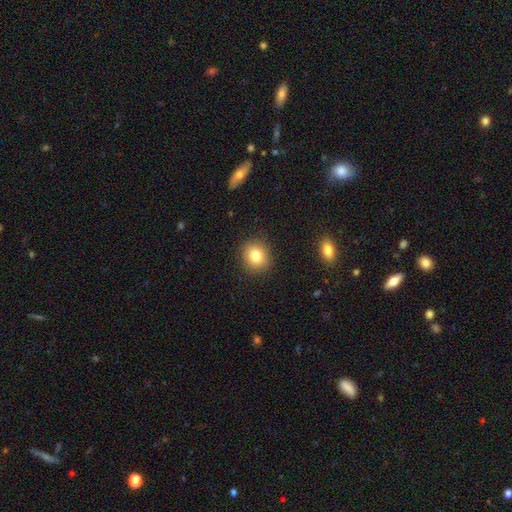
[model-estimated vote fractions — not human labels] smooth_or_featured: smooth (p=0.80) [alt: star or artifact p=0.11]
how_rounded: round (p=0.80) [alt: in between p=0.19]
merging: none (p=0.89) [alt: minor disturbance p=0.07]